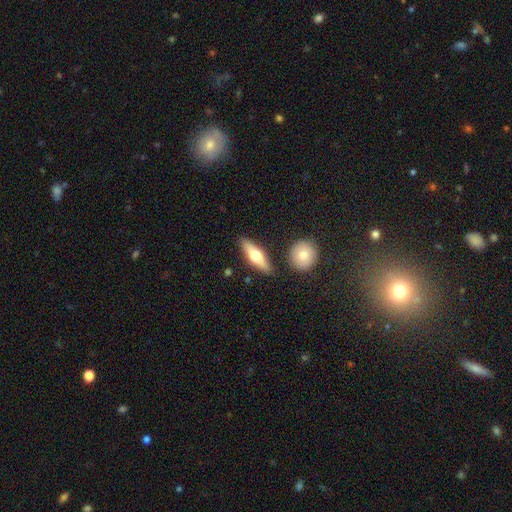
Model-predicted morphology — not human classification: type=smooth (50%); merging=none (83%).